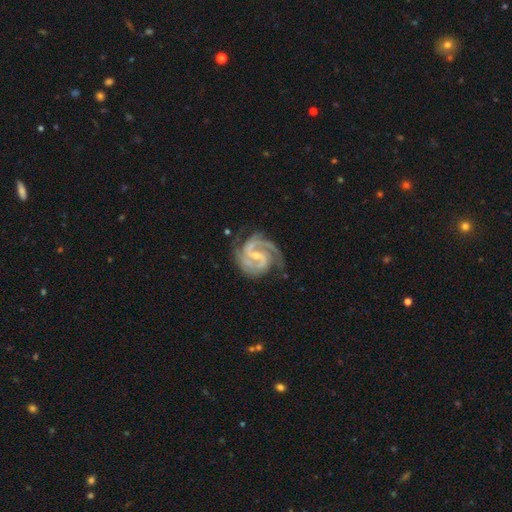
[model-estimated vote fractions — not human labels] Overall: featured or disk (94%). Edge-on disk: no (98%). Bar: weak (50%; strong 28%). Spiral arms: yes (99%). Spiral arm count: 2 (56%; 3 28%). Spiral winding: tight (51%; medium 45%). Bulge size: small (64%; moderate 30%). Merging: none (73%).